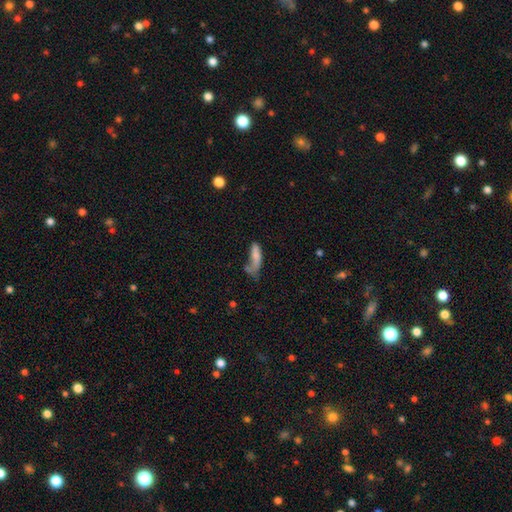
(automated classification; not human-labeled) A smooth galaxy with no disk features (73%) that is cigar-shaped (50%). Merging: none (30%).